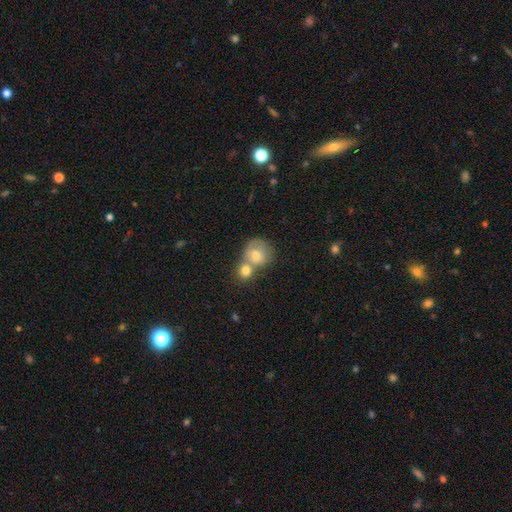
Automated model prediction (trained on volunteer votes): smooth_or_featured: smooth (p=0.64) [alt: featured or disk p=0.25]
how_rounded: round (p=0.81) [alt: in between p=0.18]
merging: merger (p=0.52) [alt: none p=0.34]